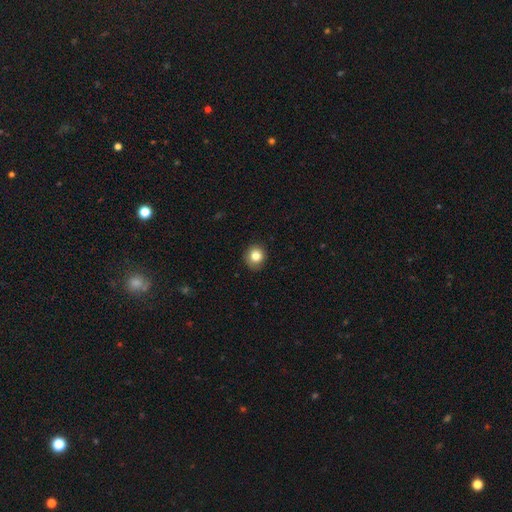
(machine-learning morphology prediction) smooth-or-featured: smooth: 82% | star or artifact: 10% | featured or disk: 8%
  how-rounded: round: 85% | in between: 14% | cigar-shaped: 1%
  merging: none: 85% | minor disturbance: 12% | major disturbance: 2% | merger: 1%